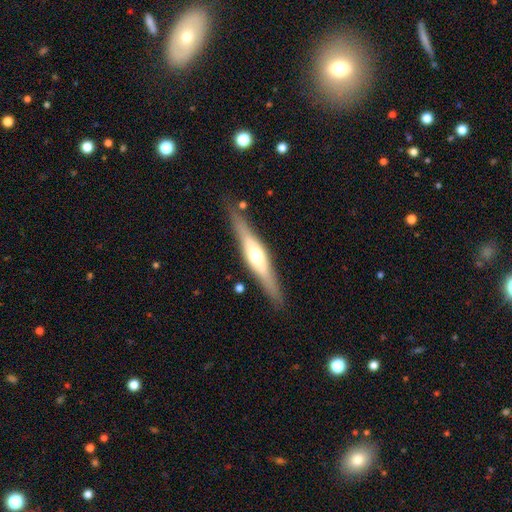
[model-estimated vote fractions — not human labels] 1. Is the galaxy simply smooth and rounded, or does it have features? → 66% featured or disk, 29% smooth, 5% star or artifact.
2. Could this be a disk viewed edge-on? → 94% yes, 6% no.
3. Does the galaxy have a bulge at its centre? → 87% rounded, 8% boxy, 5% none.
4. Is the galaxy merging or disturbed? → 85% none, 11% minor disturbance, 3% major disturbance, 2% merger.